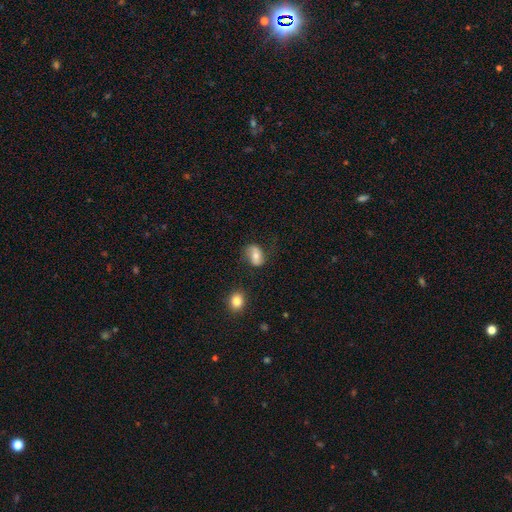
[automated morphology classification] A smooth galaxy with no disk features (61%) that is in between round and cigar-shaped (80%).

Vote fractions:
- Smooth or featured? smooth: 61% / featured or disk: 30% / star or artifact: 9%
- How rounded? in between: 80% / round: 18% / cigar-shaped: 2%
- Merging? none: 62% / minor disturbance: 24% / major disturbance: 10% / merger: 4%